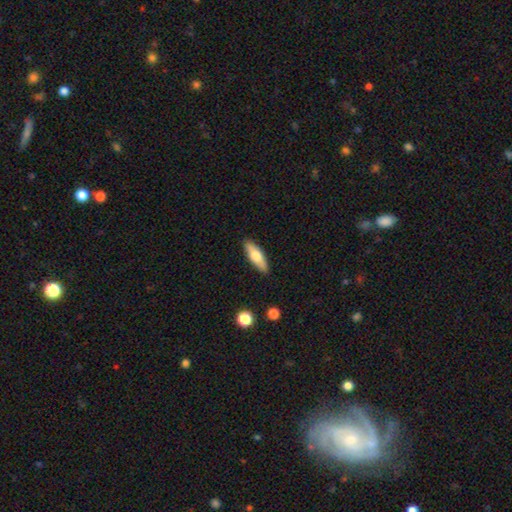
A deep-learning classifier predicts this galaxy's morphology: Overall: smooth (61%; featured or disk 33%). How rounded: in between (49%; cigar-shaped 48%). Merging: none (89%).